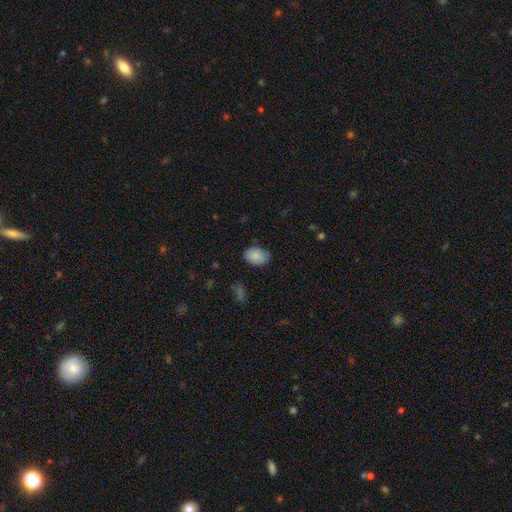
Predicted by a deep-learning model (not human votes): Q: Smooth or featured?
A: smooth (86%); runner-up: star or artifact (7%)
Q: How rounded?
A: in between (85%); runner-up: round (14%)
Q: Merging?
A: none (81%); runner-up: minor disturbance (15%)